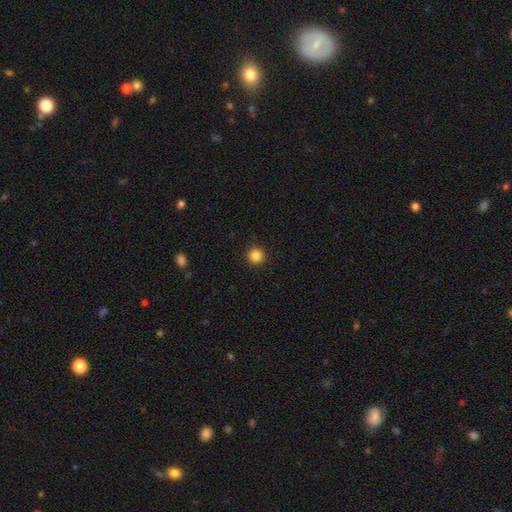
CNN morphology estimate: A smooth galaxy with no disk features (85%) that is round (95%).

Vote fractions:
- Smooth or featured? smooth: 85% / star or artifact: 11% / featured or disk: 3%
- How rounded? round: 95% / in between: 4% / cigar-shaped: 1%
- Merging? none: 92% / minor disturbance: 5% / major disturbance: 2% / merger: 1%